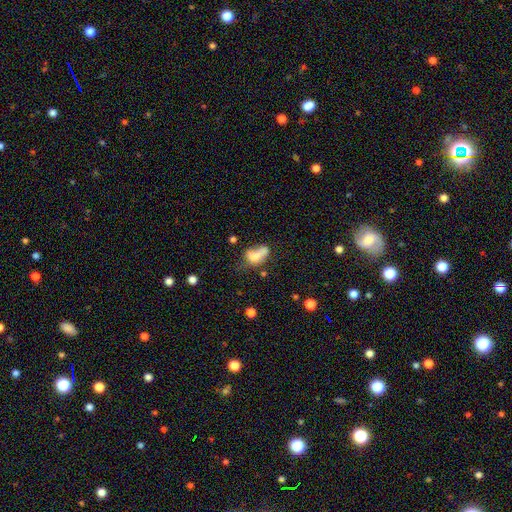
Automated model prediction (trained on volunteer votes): smooth 63%, featured or disk 25%, star or artifact 12%. Down the decision tree: how rounded — in between (80%); merging — merger (36%).